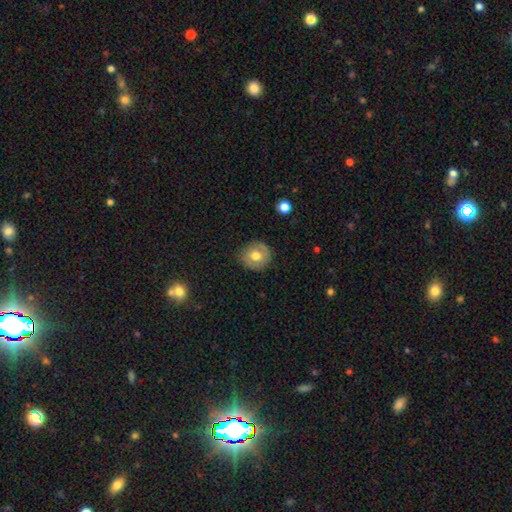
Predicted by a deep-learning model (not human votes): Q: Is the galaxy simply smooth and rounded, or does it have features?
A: smooth — 66%.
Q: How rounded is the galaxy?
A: round — 87%.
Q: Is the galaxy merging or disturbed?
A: none — 82%.